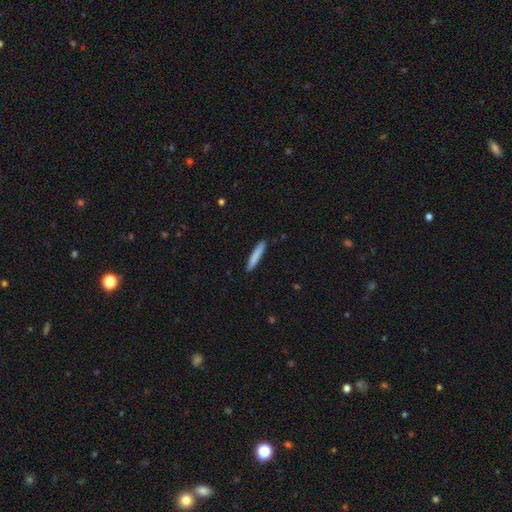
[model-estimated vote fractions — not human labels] Smooth or featured? smooth (83%)
How rounded? cigar-shaped (93%)
Merging? none (90%)